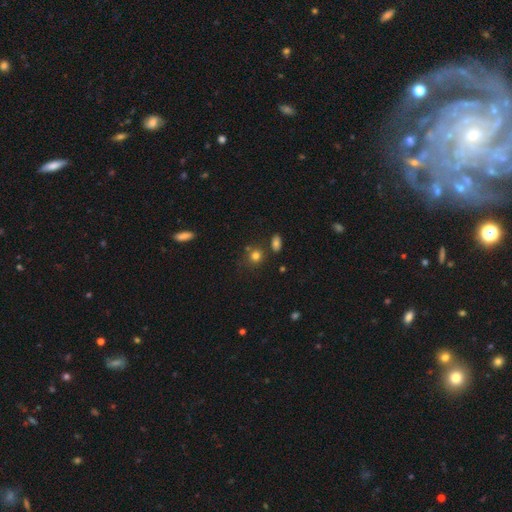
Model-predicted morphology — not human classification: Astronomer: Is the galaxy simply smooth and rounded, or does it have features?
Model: smooth — 78%.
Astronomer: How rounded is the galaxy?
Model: round — 80%.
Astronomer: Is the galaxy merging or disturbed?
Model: none — 70%.